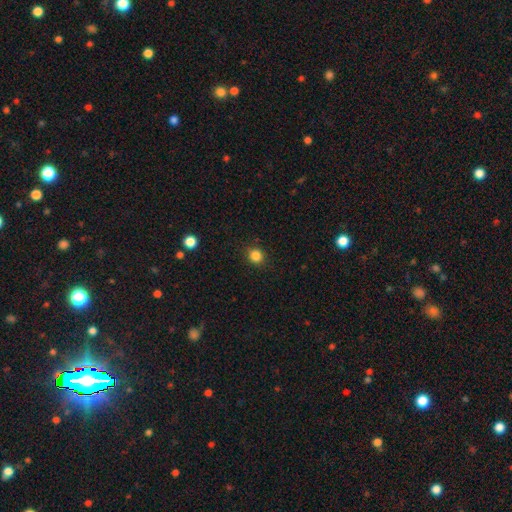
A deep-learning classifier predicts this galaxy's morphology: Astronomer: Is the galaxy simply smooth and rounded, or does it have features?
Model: smooth — 84%.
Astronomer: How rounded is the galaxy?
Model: round — 87%.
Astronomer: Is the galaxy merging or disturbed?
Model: none — 89%.